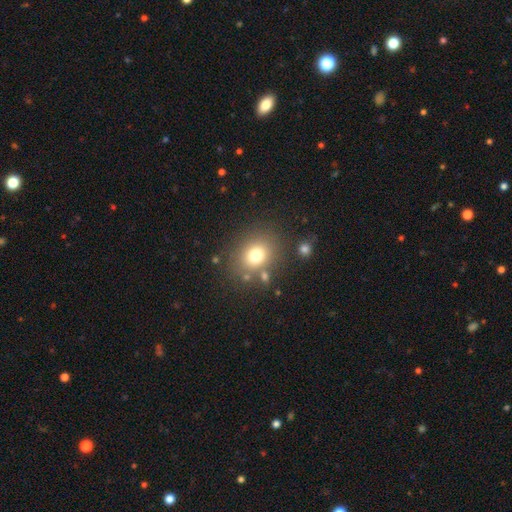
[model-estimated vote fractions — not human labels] Q: Smooth or featured?
A: smooth (74%); runner-up: star or artifact (14%)
Q: How rounded?
A: round (61%); runner-up: in between (38%)
Q: Merging?
A: none (77%); runner-up: minor disturbance (11%)